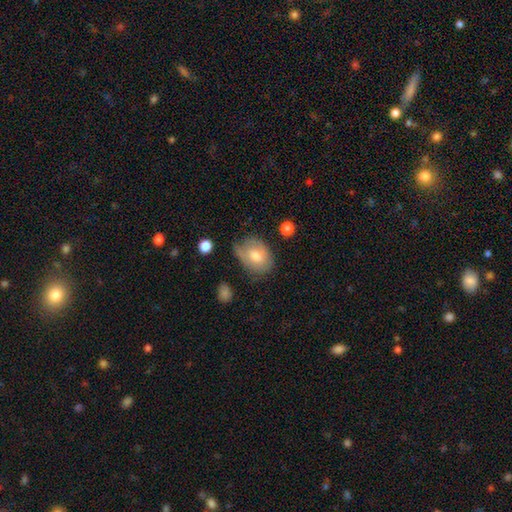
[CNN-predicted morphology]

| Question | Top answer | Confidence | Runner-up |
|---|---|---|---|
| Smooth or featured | smooth | 60% | featured or disk (32%) |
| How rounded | in between | 70% | round (29%) |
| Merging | none | 52% | minor disturbance (34%) |